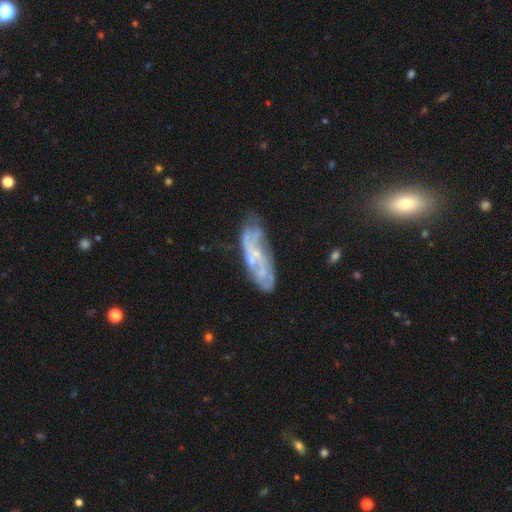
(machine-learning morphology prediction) Smooth or featured? featured or disk (69%)
Edge-on disk? no (80%)
Bar? no (65%)
Spiral arms? yes (69%)
Bulge size? small (64%)
Merging? none (56%)